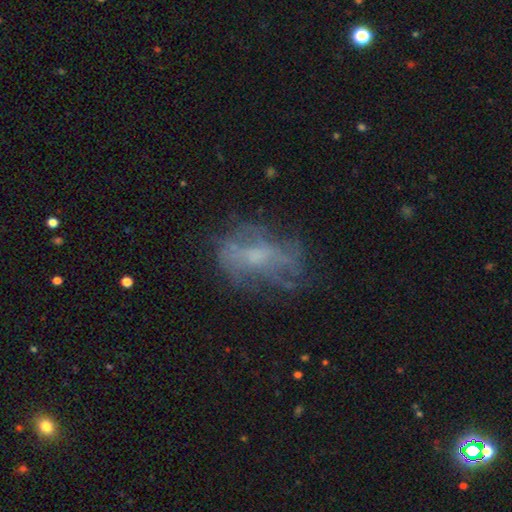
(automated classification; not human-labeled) Morphology: type=featured or disk (57%); edge-on=no (94%); bar=no (64%); spiral arms=no (61%); bulge=small (41%); merging=none (54%).